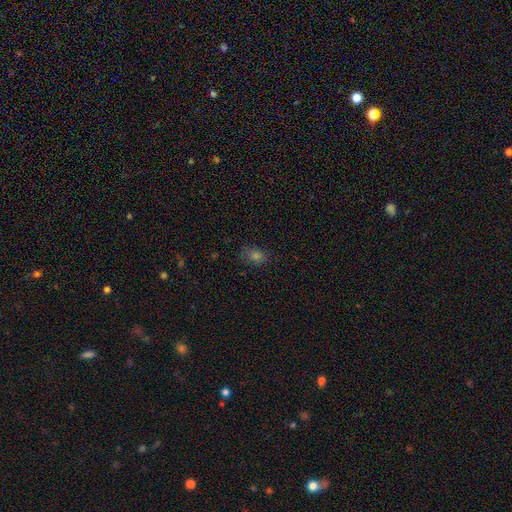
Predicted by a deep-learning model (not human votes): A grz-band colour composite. It shows a smooth galaxy with no disk features (68%) that is in between round and cigar-shaped (69%). Merging: none (78%).